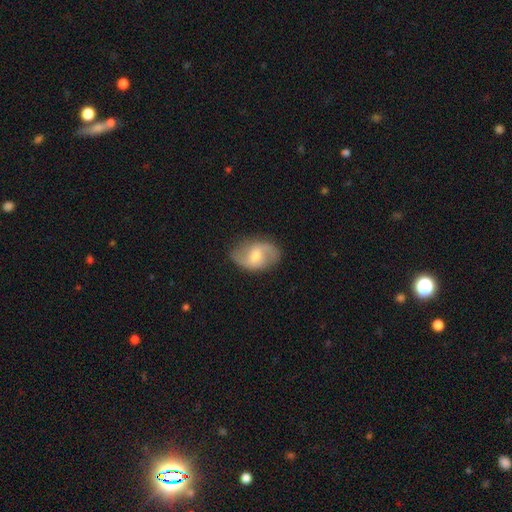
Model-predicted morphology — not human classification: type=featured or disk (65%); edge-on=no (96%); bar=weak (53%); spiral arms=yes (86%); winding=loose (47%); arm count=2 (88%); bulge=moderate (60%); merging=none (79%).